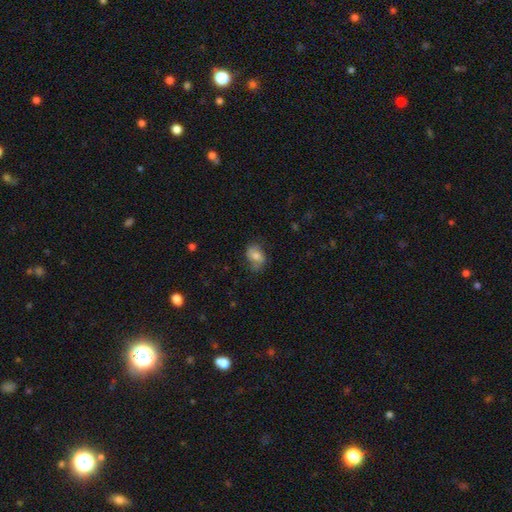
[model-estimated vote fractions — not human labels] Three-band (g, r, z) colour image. It shows a smooth galaxy with no disk features (63%) that is in between round and cigar-shaped (68%). Merging: none (63%).